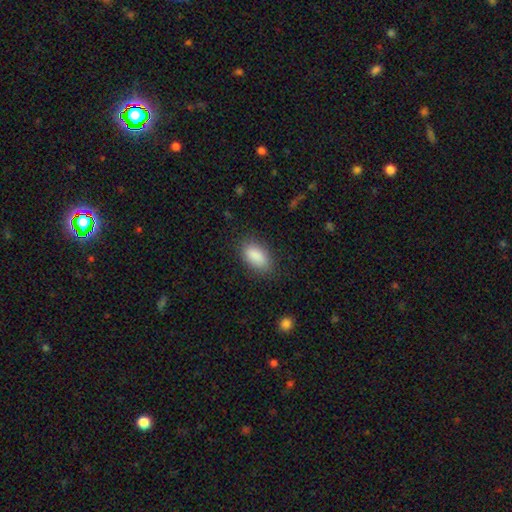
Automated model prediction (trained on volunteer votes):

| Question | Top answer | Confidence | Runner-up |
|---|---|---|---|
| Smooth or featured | smooth | 89% | star or artifact (7%) |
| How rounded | in between | 92% | cigar-shaped (4%) |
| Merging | none | 82% | minor disturbance (13%) |